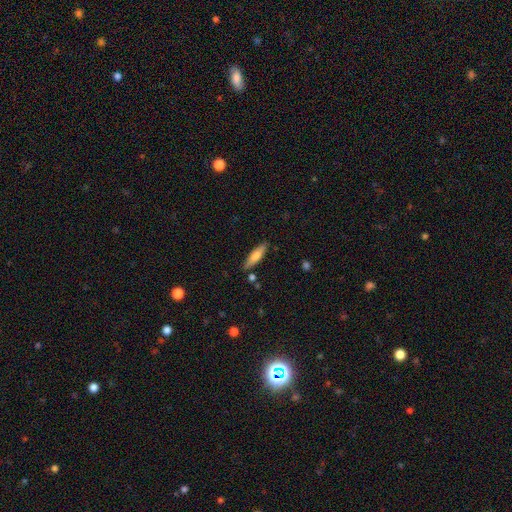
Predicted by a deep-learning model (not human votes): Smooth or featured: smooth — 67% (featured or disk — 26%)
How rounded: cigar-shaped — 65% (in between — 33%)
Merging: none — 84% (minor disturbance — 11%)